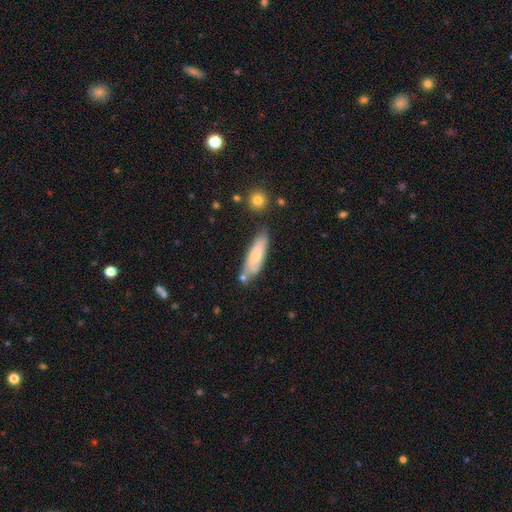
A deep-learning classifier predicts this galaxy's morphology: This appears to be a smooth galaxy with no disk features (62%) that is cigar-shaped (52%). Merging: none (61%).